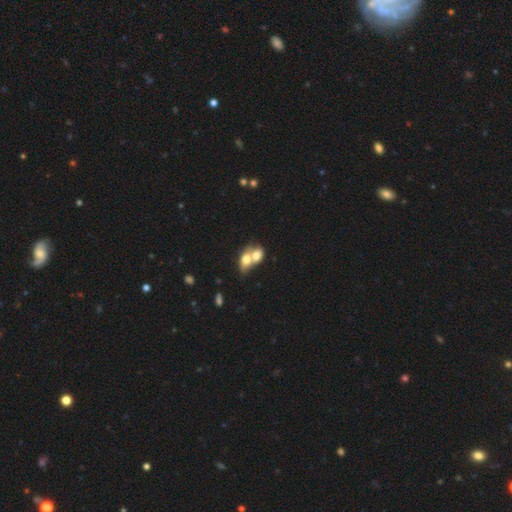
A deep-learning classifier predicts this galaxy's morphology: This appears to be a smooth galaxy with no disk features (69%) that is in between round and cigar-shaped (71%). Merging: merger (79%).